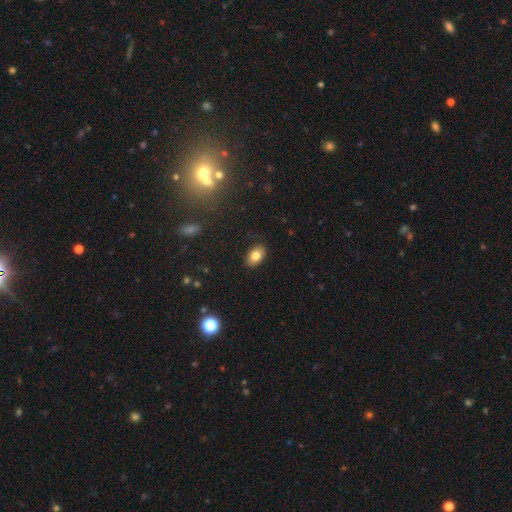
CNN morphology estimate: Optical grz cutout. It shows a smooth galaxy with no disk features (80%) that is in between round and cigar-shaped (87%). Merging: none (88%).